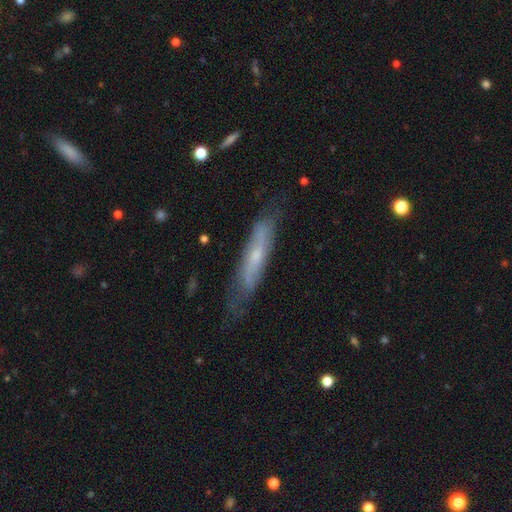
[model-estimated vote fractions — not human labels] The model was most divided on "edge-on disk": yes: 56%, no: 44%. More confident: merging — none (69%); smooth or featured — featured or disk (56%).